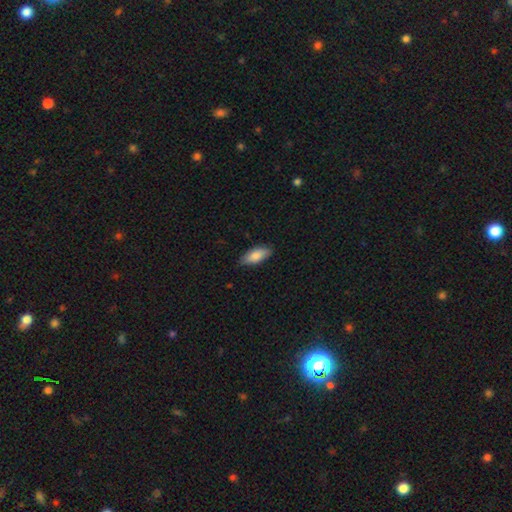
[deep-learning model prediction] Overall: smooth (83%). How rounded: in between (83%). Merging: none (83%).